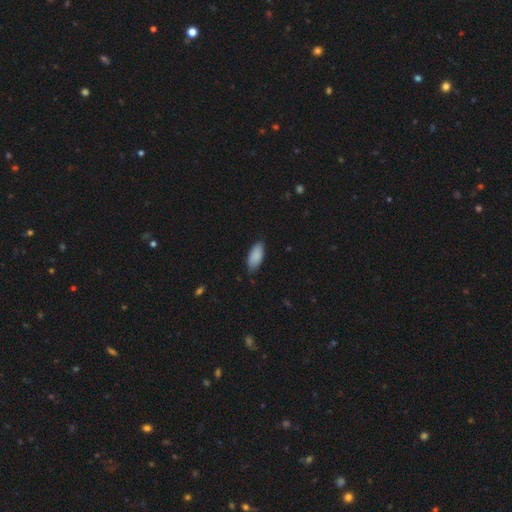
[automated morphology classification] A smooth galaxy with no disk features (89%) that is in between round and cigar-shaped (89%). Merging: none (76%).